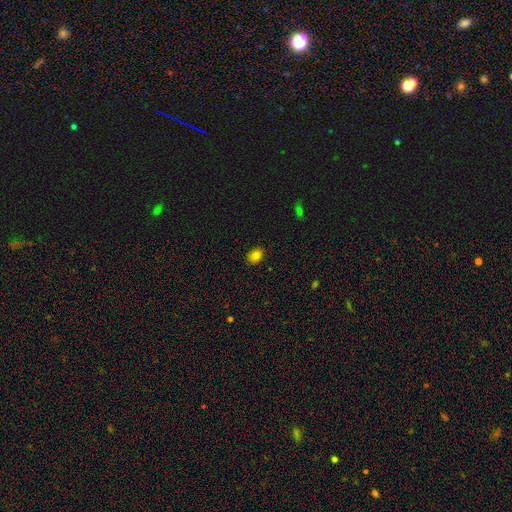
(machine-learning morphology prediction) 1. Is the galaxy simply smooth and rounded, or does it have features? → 81% smooth, 13% star or artifact, 7% featured or disk.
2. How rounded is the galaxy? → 60% in between, 39% round, 1% cigar-shaped.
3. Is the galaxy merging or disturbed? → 87% none, 10% minor disturbance, 2% major disturbance, 1% merger.